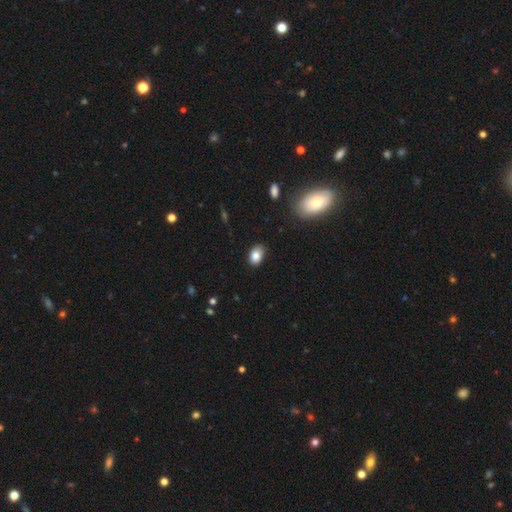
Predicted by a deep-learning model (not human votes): Smooth or featured: smooth — 83% (star or artifact — 9%)
How rounded: in between — 82% (round — 16%)
Merging: none — 81% (minor disturbance — 15%)